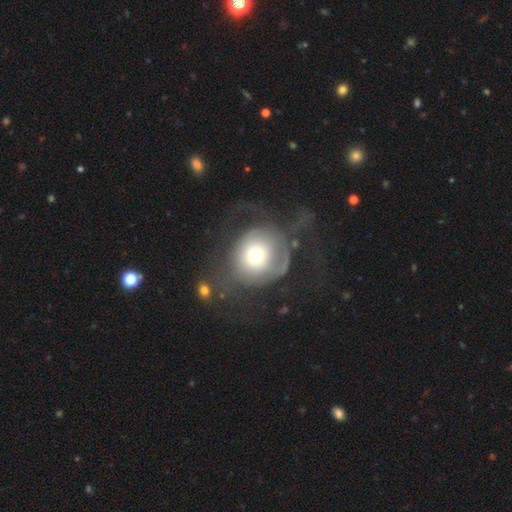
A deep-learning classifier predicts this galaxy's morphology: smooth_or_featured: smooth (p=0.56) [alt: featured or disk p=0.33]
how_rounded: round (p=0.86) [alt: in between p=0.13]
merging: major disturbance (p=0.47) [alt: none p=0.33]